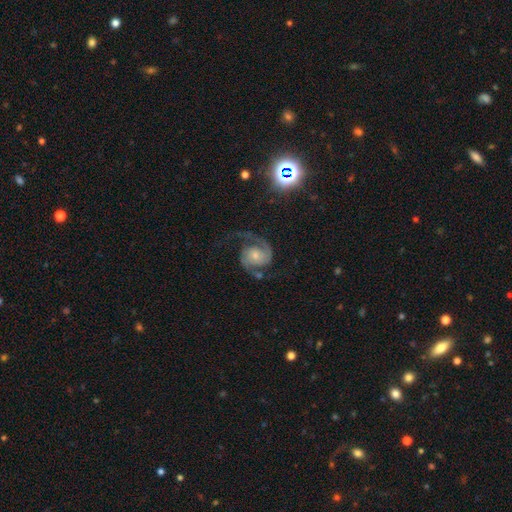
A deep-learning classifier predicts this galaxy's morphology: smooth_or_featured: featured or disk (p=0.90) [alt: star or artifact p=0.05]
disk_edge_on: no (p=0.98) [alt: yes p=0.02]
bar: no (p=0.64) [alt: weak p=0.28]
has_spiral_arms: yes (p=0.98) [alt: no p=0.02]
spiral_winding: medium (p=0.55) [alt: loose p=0.27]
spiral_arm_count: 2 (p=0.93) [alt: can't tell p=0.02]
bulge_size: small (p=0.42) [alt: moderate p=0.41]
merging: none (p=0.70) [alt: minor disturbance p=0.15]